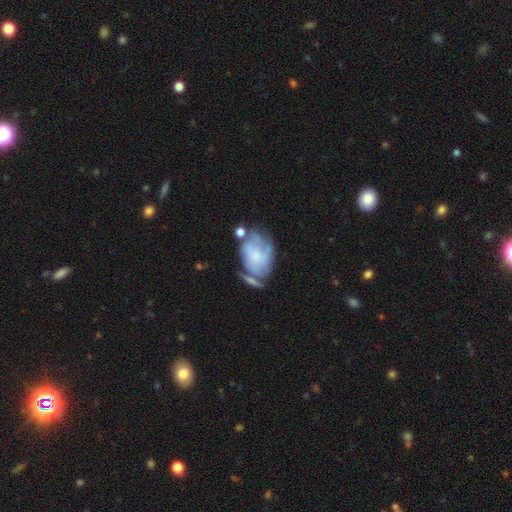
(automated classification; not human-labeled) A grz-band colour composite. It shows a featured or disk galaxy (61%) with no bar (75%), spiral arms (70%) and a small central bulge (40%). Merging: none (36%).